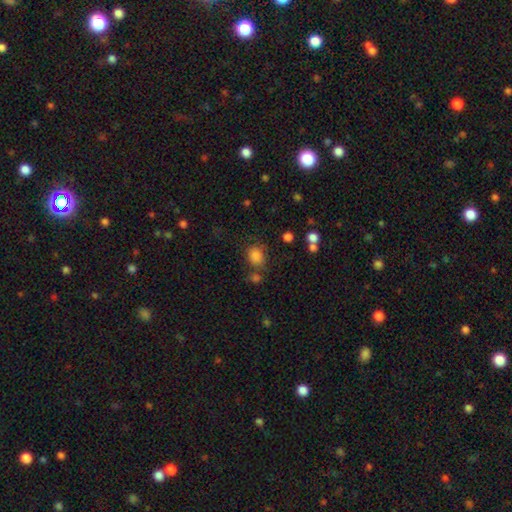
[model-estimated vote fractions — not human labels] Smooth or featured? smooth (83%)
How rounded? round (57%)
Merging? none (67%)